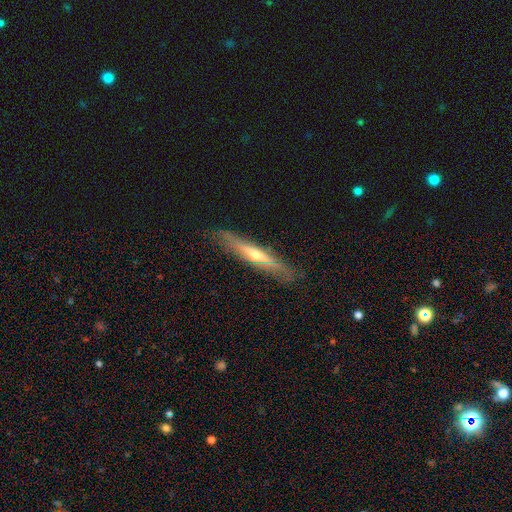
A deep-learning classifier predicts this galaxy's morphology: type=featured or disk (64%); edge-on=yes (89%); edge-on bulge=rounded (76%); merging=none (83%).